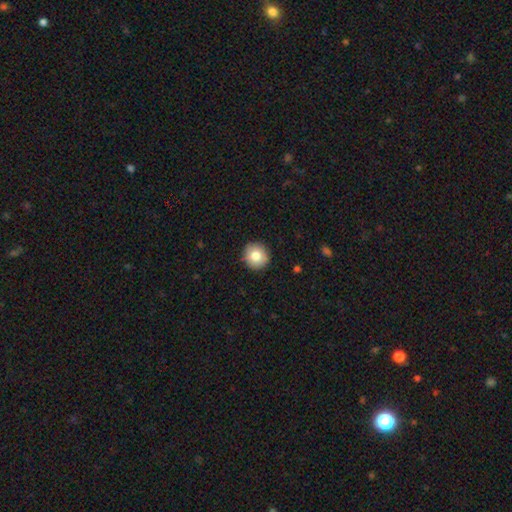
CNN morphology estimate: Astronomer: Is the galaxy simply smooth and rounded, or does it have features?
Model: smooth — 80%.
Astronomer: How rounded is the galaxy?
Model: round — 94%.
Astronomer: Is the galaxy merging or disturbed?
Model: none — 91%.